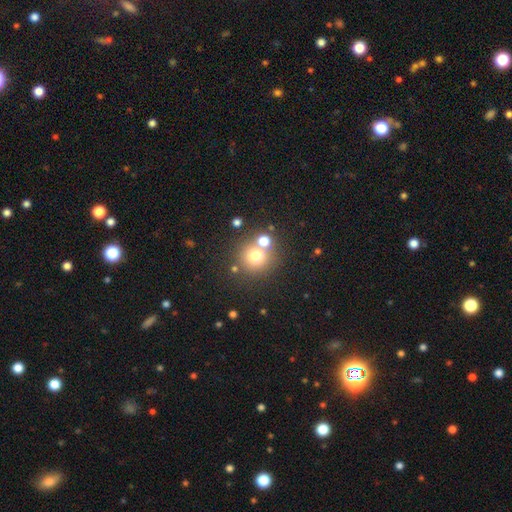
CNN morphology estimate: Smooth or featured: smooth — 72% (star or artifact — 16%)
How rounded: round — 92% (in between — 7%)
Merging: none — 67% (merger — 21%)